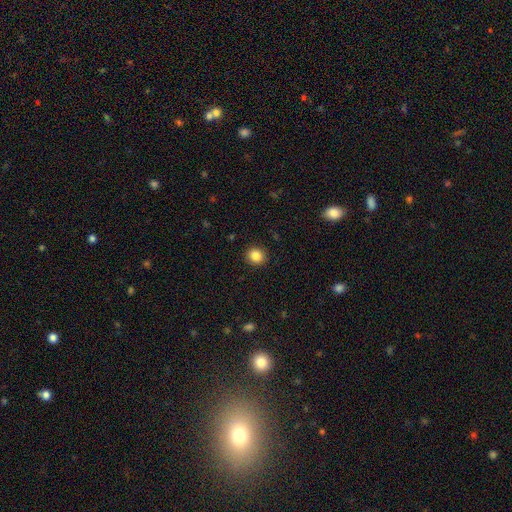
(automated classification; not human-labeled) Smooth or featured? Predicted: smooth (p=0.86). How rounded? Predicted: round (p=0.85). Merging? Predicted: none (p=0.91).